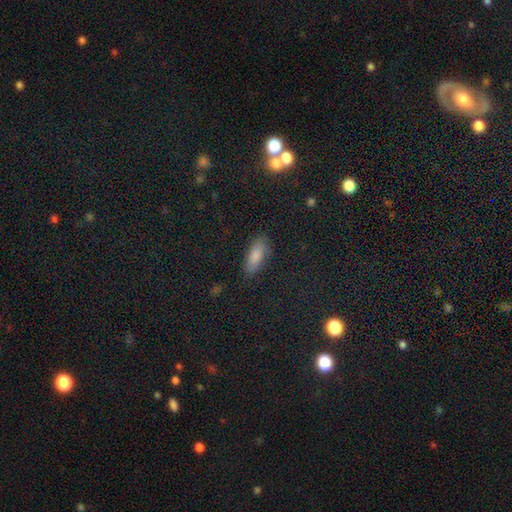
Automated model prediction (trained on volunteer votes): Smooth or featured?
  - smooth: 82% *
  - star or artifact: 9%
  - featured or disk: 9%
How rounded?
  - in between: 76% *
  - cigar-shaped: 22%
  - round: 2%
Merging?
  - none: 81% *
  - minor disturbance: 14%
  - major disturbance: 4%
  - merger: 1%